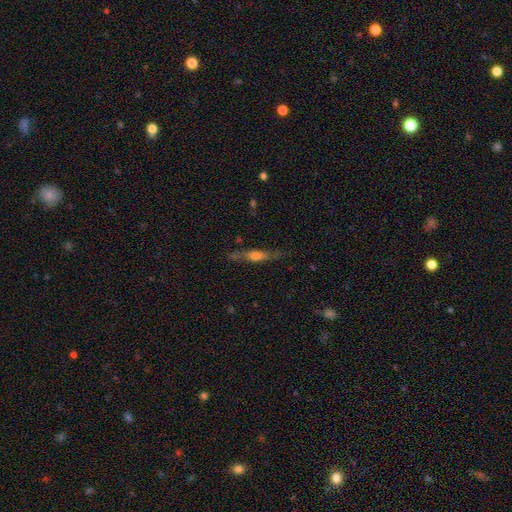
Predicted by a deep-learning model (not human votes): A featured or disk galaxy (50%) viewed edge-on (81%). Merging: none (71%).